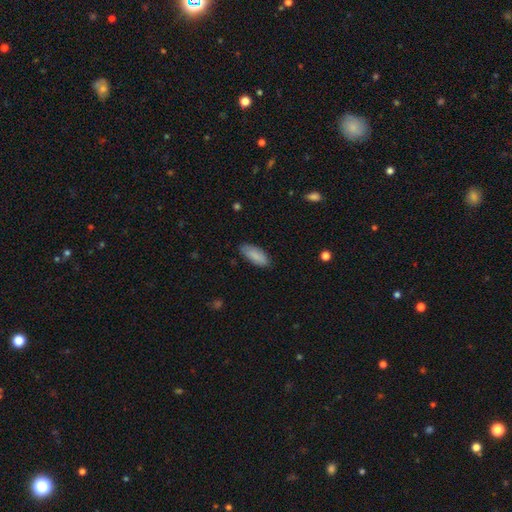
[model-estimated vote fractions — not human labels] A smooth galaxy with no disk features (85%) that is in between round and cigar-shaped (82%).

Vote fractions:
- Smooth or featured? smooth: 85% / featured or disk: 9% / star or artifact: 6%
- How rounded? in between: 82% / cigar-shaped: 16% / round: 2%
- Merging? none: 81% / minor disturbance: 15% / major disturbance: 3% / merger: 1%